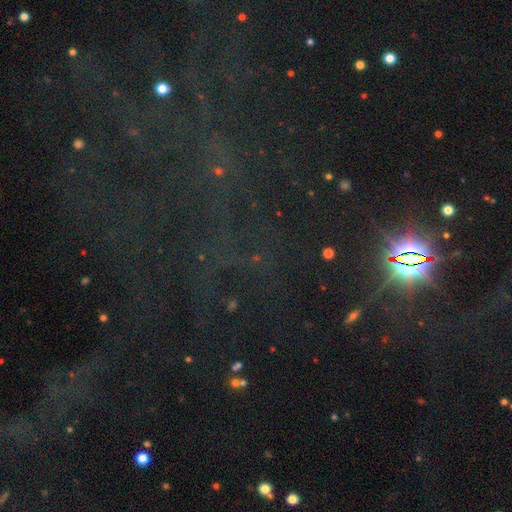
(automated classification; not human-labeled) Smooth or featured? star or artifact (78%)